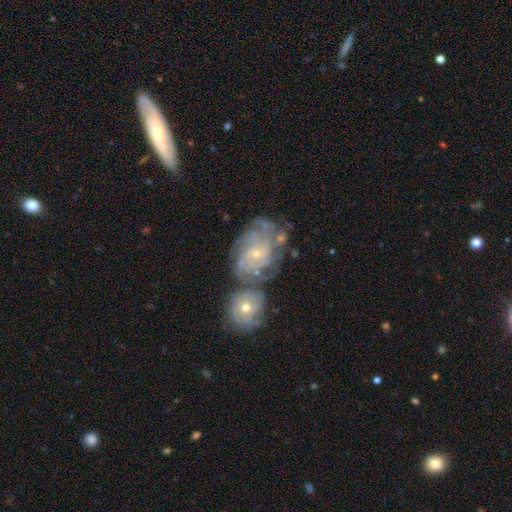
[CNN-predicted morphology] Overall: smooth (38%; featured or disk 37%). Merging: none (45%; merger 33%).